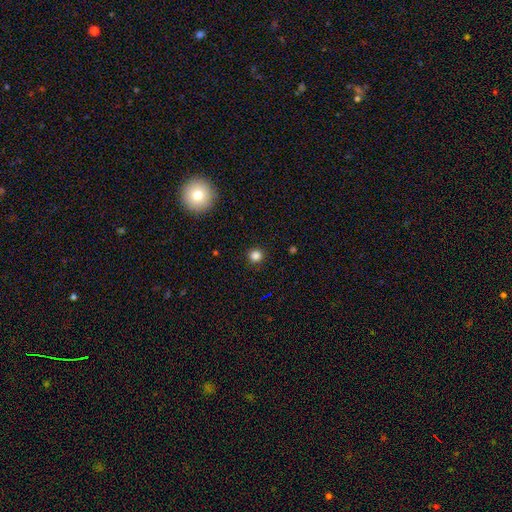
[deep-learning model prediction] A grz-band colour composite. It shows a smooth galaxy with no disk features (83%) that is round (93%). Merging: none (91%).